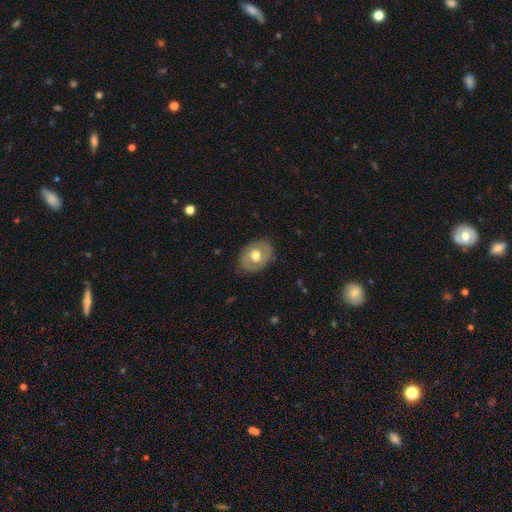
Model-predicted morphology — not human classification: Overall: smooth (52%; featured or disk 42%). How rounded: in between (62%; round 37%). Merging: none (81%).